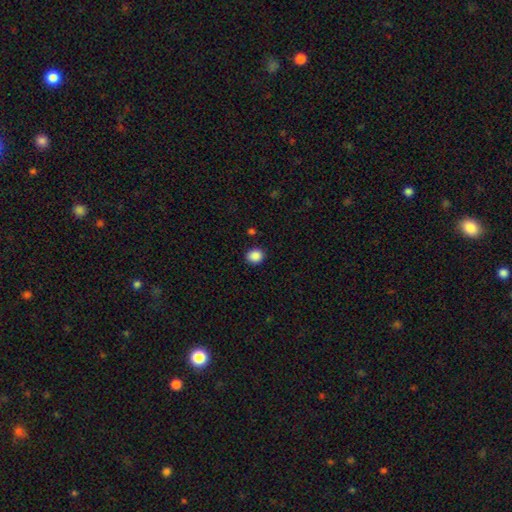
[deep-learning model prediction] Overall: smooth (88%). How rounded: round (75%). Merging: none (88%).